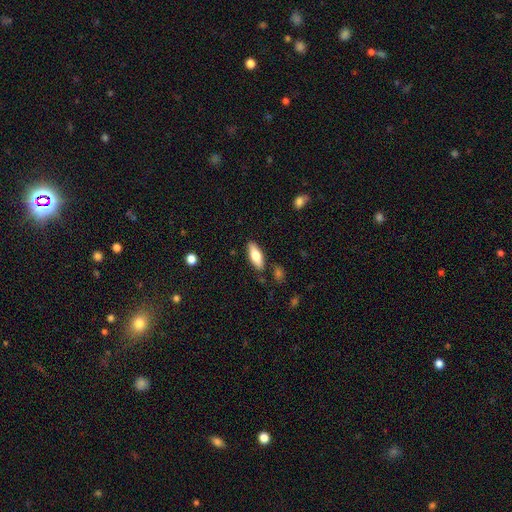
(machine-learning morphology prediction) smooth-or-featured: smooth: 72% | featured or disk: 22% | star or artifact: 6%
  how-rounded: in between: 66% | cigar-shaped: 31% | round: 2%
  merging: none: 84% | minor disturbance: 11% | merger: 3% | major disturbance: 2%